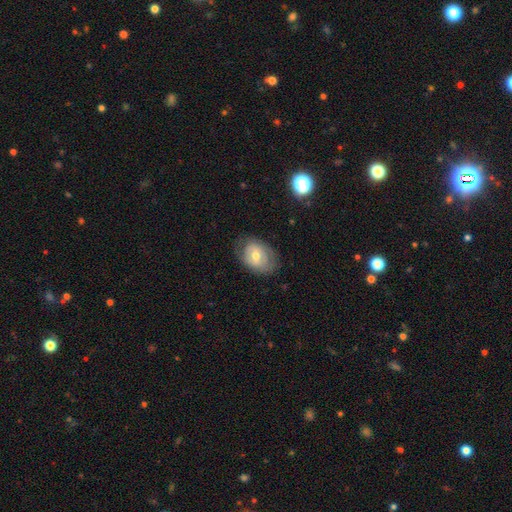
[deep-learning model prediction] This is possibly a smooth galaxy (47%). Merging: likely none (67%).